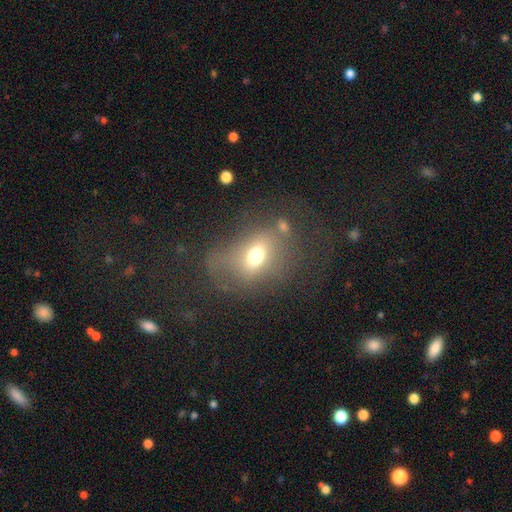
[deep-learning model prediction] A smooth galaxy with no disk features (60%) that is in between round and cigar-shaped (61%). Merging: none (45%).